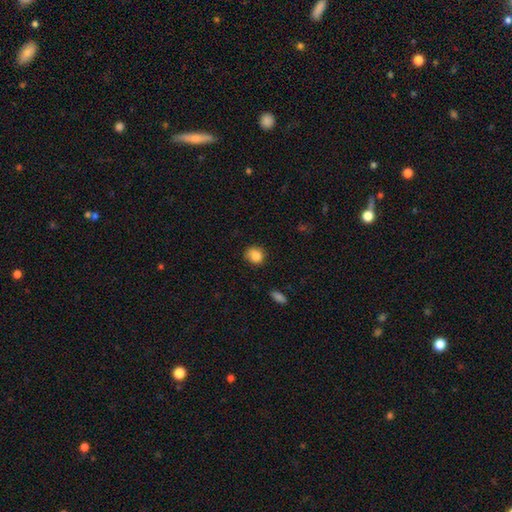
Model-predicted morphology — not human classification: A smooth galaxy with no disk features (86%) that is round (70%).

Vote fractions:
- Smooth or featured? smooth: 86% / star or artifact: 9% / featured or disk: 5%
- How rounded? round: 70% / in between: 29% / cigar-shaped: 1%
- Merging? none: 77% / minor disturbance: 18% / major disturbance: 4% / merger: 2%